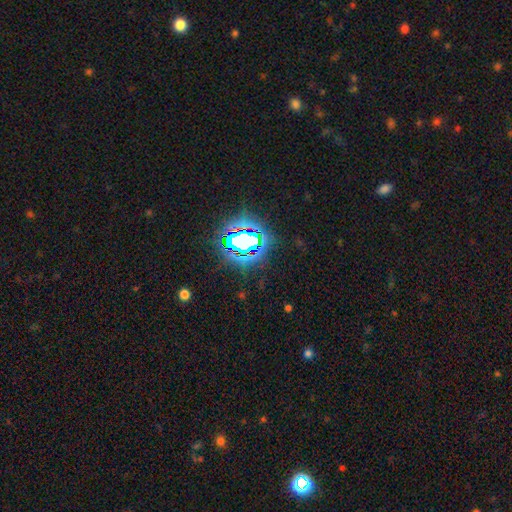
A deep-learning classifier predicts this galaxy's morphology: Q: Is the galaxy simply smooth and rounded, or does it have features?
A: star or artifact — 83%.